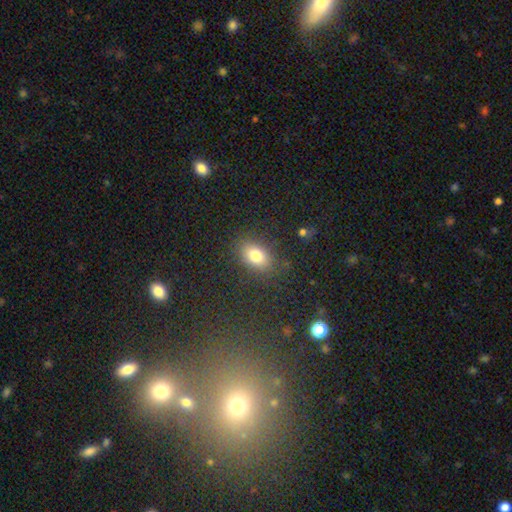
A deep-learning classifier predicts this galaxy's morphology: smooth 77%, star or artifact 13%, featured or disk 10%. Down the decision tree: how rounded — in between (81%); merging — none (83%).